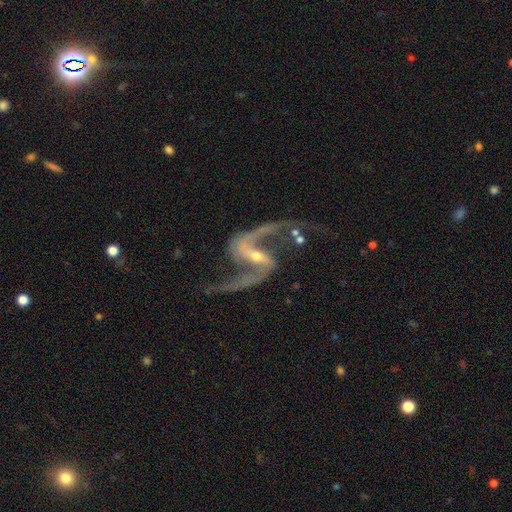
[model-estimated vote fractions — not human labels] Overall: featured or disk (93%). Edge-on disk: no (97%). Bar: strong (46%; weak 35%). Spiral arms: yes (98%). Spiral arm count: 2 (94%). Spiral winding: loose (79%). Bulge size: small (62%; moderate 33%). Merging: none (68%).